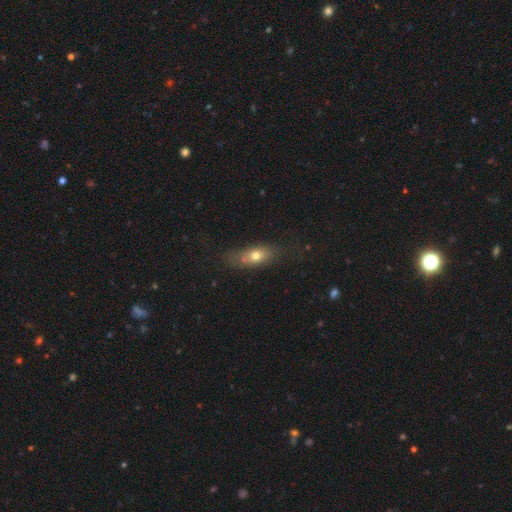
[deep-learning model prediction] A smooth galaxy with no disk features (70%) that is in between round and cigar-shaped (73%).

Vote fractions:
- Smooth or featured? smooth: 70% / featured or disk: 21% / star or artifact: 10%
- How rounded? in between: 73% / cigar-shaped: 16% / round: 11%
- Merging? none: 58% / minor disturbance: 25% / major disturbance: 11% / merger: 6%